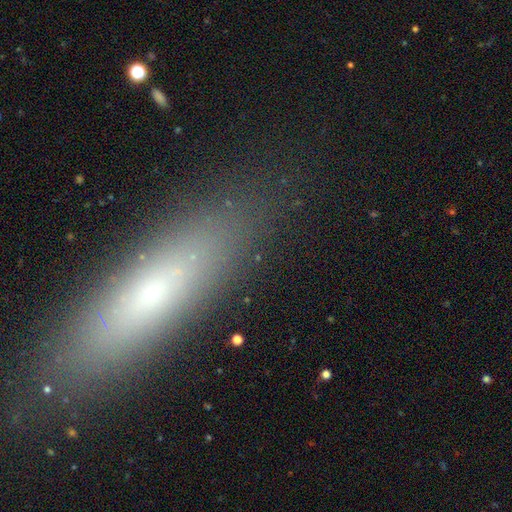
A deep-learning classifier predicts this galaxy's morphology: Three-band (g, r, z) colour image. It shows a smooth galaxy with no disk features (53%) that is cigar-shaped (69%). Merging: none (86%).